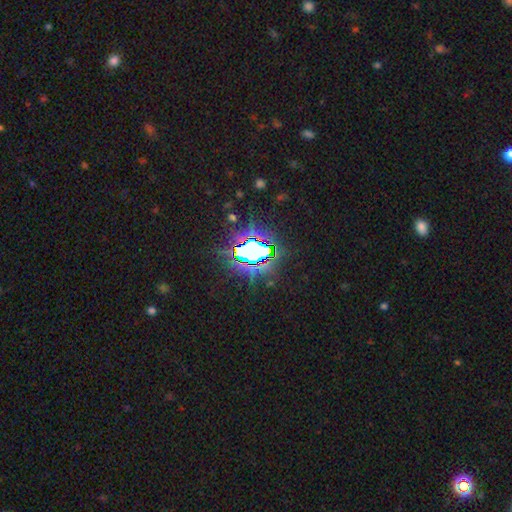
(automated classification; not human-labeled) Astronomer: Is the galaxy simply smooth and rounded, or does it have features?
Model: star or artifact — 74%.